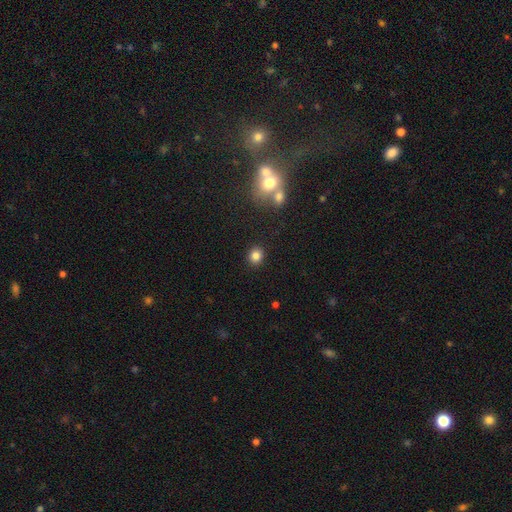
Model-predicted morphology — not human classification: Smooth or featured?
  - smooth: 83% *
  - star or artifact: 12%
  - featured or disk: 5%
How rounded?
  - round: 82% *
  - in between: 17%
  - cigar-shaped: 1%
Merging?
  - none: 89% *
  - minor disturbance: 6%
  - merger: 2%
  - major disturbance: 2%